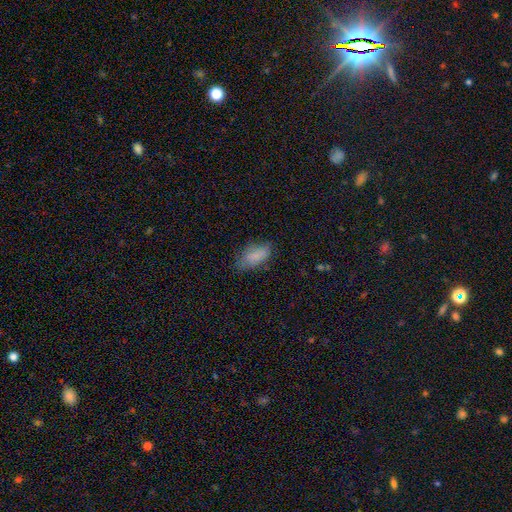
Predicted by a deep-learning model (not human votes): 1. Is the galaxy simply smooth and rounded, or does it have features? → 82% smooth, 10% featured or disk, 8% star or artifact.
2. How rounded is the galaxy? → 90% in between, 7% cigar-shaped, 3% round.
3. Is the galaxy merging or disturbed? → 66% none, 25% minor disturbance, 7% major disturbance, 2% merger.